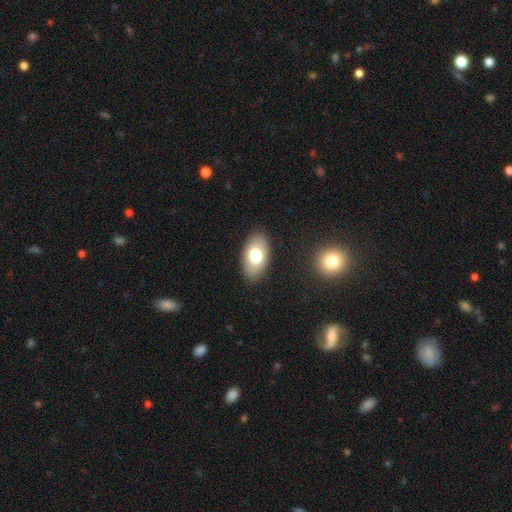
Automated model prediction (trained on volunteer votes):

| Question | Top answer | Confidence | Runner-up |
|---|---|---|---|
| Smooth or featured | smooth | 73% | featured or disk (20%) |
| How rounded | in between | 94% | round (5%) |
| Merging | none | 87% | minor disturbance (9%) |